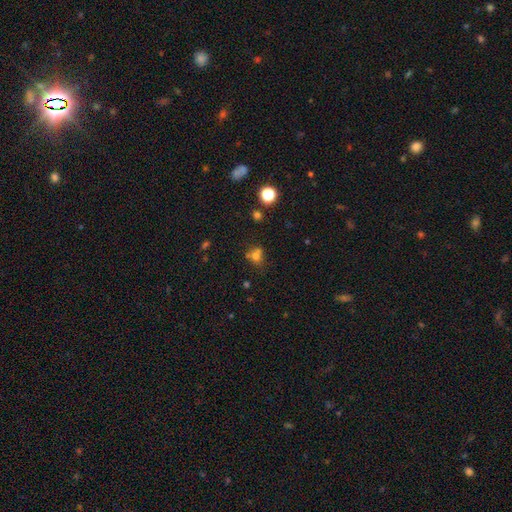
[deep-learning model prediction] Smooth or featured: smooth — 66% (star or artifact — 21%)
How rounded: round — 71% (in between — 28%)
Merging: none — 47% (merger — 33%)